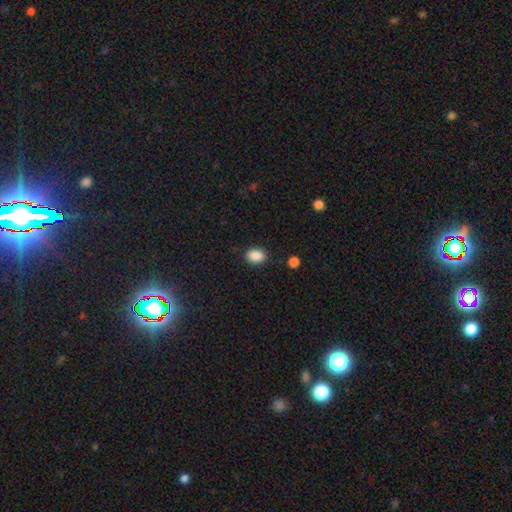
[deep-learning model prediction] Smooth or featured?
  - smooth: 88% *
  - star or artifact: 9%
  - featured or disk: 3%
How rounded?
  - in between: 72% *
  - round: 27%
  - cigar-shaped: 1%
Merging?
  - none: 87% *
  - minor disturbance: 9%
  - major disturbance: 3%
  - merger: 2%